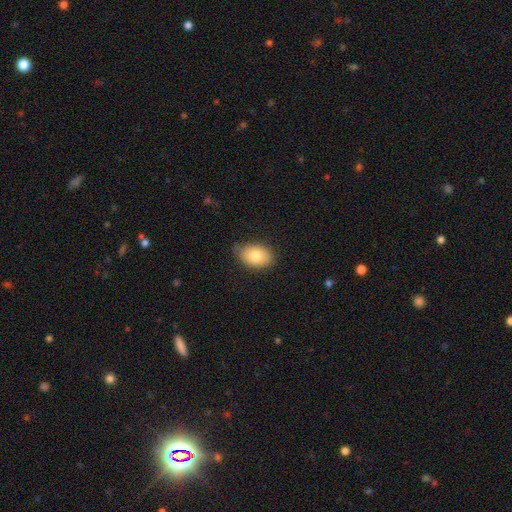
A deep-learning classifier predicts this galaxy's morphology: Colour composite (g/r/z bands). It shows a smooth galaxy with no disk features (81%) that is in between round and cigar-shaped (84%). Merging: none (72%).